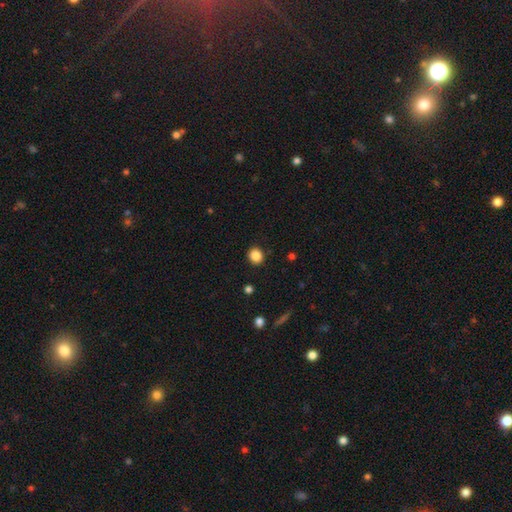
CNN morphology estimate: Smooth or featured?
  - smooth: 87% *
  - star or artifact: 10%
  - featured or disk: 3%
How rounded?
  - round: 78% *
  - in between: 21%
  - cigar-shaped: 1%
Merging?
  - none: 90% *
  - minor disturbance: 6%
  - major disturbance: 2%
  - merger: 1%